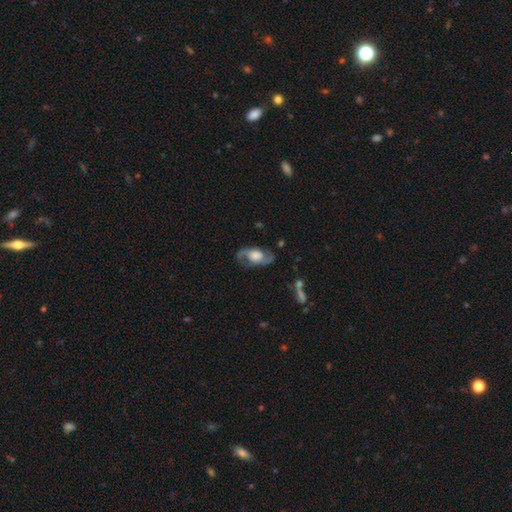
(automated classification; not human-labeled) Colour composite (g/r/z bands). It shows a featured or disk galaxy (79%) with no bar (66%), 2 (91%) medium (48%) spiral arms (87%) and a large central bulge (59%). Merging: none (76%).